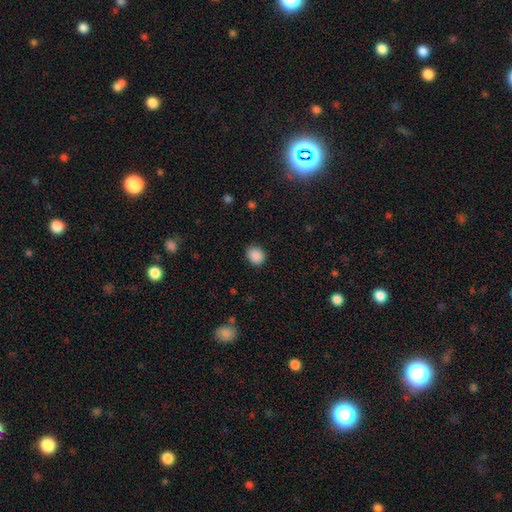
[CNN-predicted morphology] Smooth or featured? Predicted: smooth (p=0.88). How rounded? Predicted: round (p=0.65). Merging? Predicted: none (p=0.84).